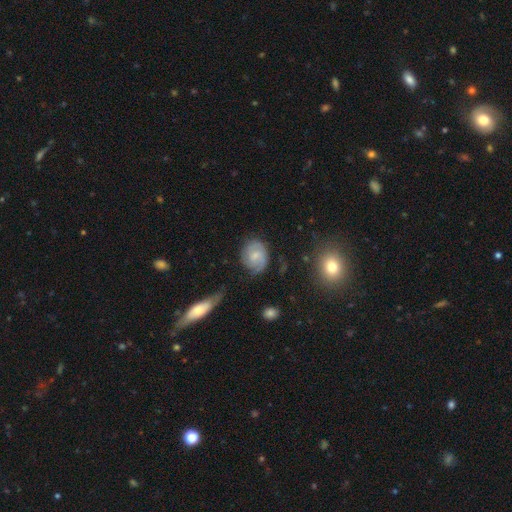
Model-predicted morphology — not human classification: featured or disk 49%, smooth 43%, star or artifact 8%. Down the decision tree: merging — none (65%).